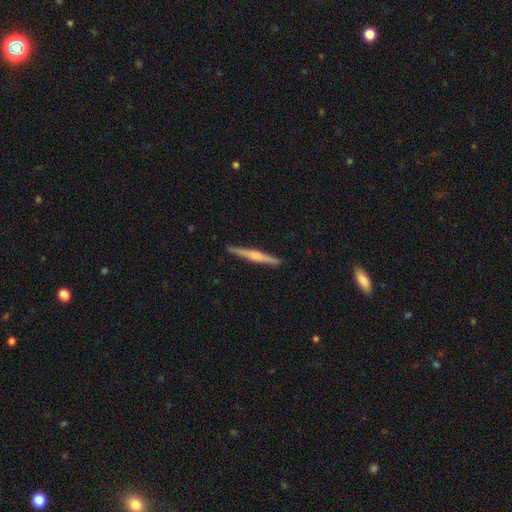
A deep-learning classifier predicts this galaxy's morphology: Smooth or featured: featured or disk — 62% (smooth — 32%)
Edge-on disk: yes — 98% (no — 2%)
Edge-on bulge: rounded — 60% (boxy — 22%)
Merging: none — 91% (minor disturbance — 7%)